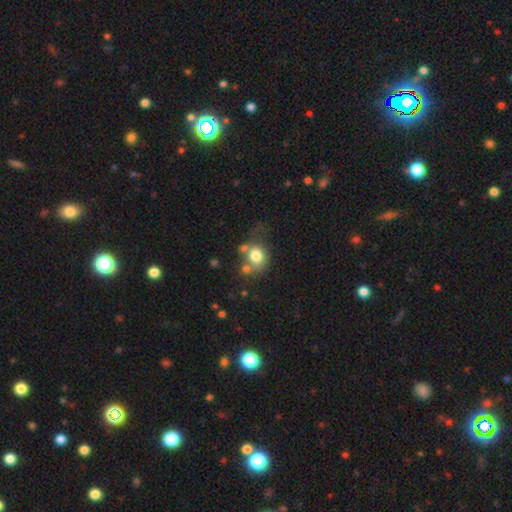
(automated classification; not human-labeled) Smooth or featured?
  - smooth: 76% *
  - featured or disk: 14%
  - star or artifact: 10%
How rounded?
  - round: 68% *
  - in between: 31%
  - cigar-shaped: 1%
Merging?
  - none: 44% *
  - merger: 24%
  - minor disturbance: 20%
  - major disturbance: 13%